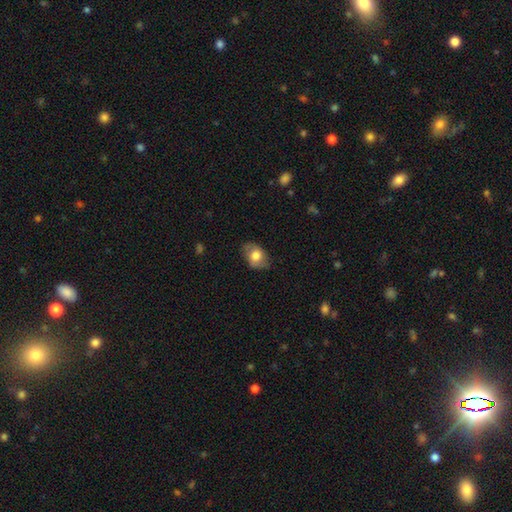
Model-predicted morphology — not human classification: Smooth or featured? smooth (70%)
How rounded? in between (77%)
Merging? none (75%)